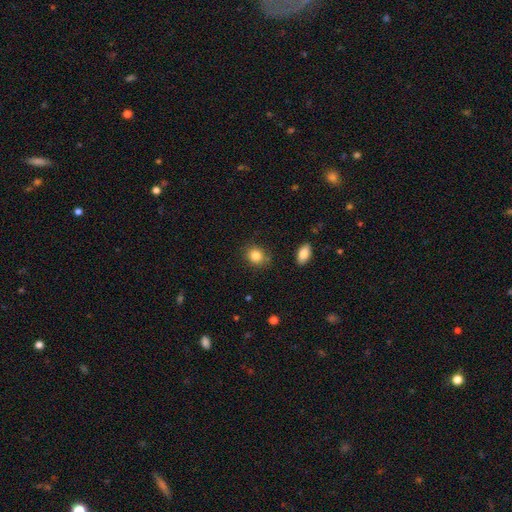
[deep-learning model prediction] Smooth or featured? smooth (84%)
How rounded? round (69%)
Merging? none (80%)